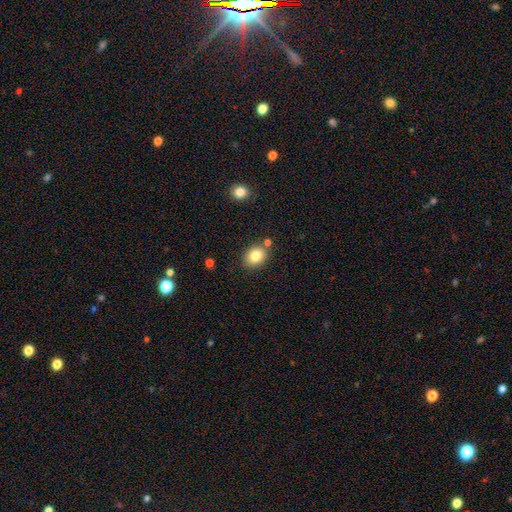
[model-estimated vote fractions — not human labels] smooth-or-featured: smooth: 82% | star or artifact: 9% | featured or disk: 8%
  how-rounded: in between: 52% | round: 47% | cigar-shaped: 1%
  merging: none: 77% | minor disturbance: 12% | merger: 8% | major disturbance: 3%